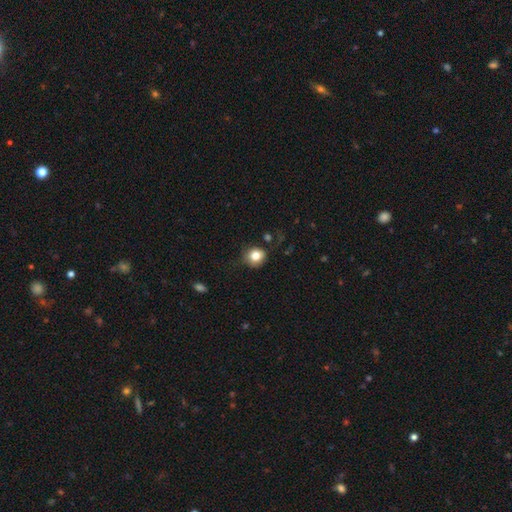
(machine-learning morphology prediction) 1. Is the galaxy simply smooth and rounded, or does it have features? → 81% smooth, 11% star or artifact, 8% featured or disk.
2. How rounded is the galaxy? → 83% round, 16% in between, 1% cigar-shaped.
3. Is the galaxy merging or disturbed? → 77% none, 17% minor disturbance, 4% major disturbance, 2% merger.